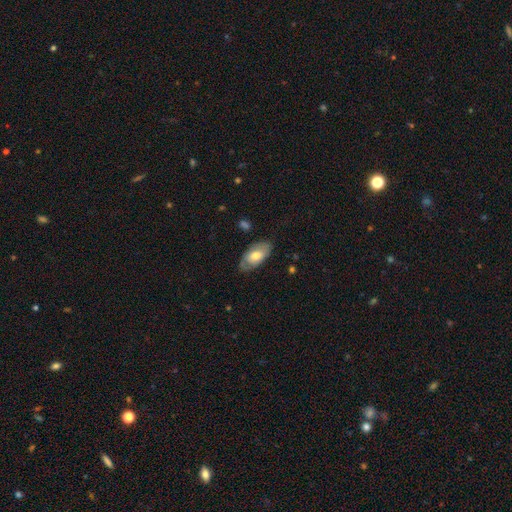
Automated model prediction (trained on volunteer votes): Smooth or featured? Predicted: smooth (p=0.57). How rounded? Predicted: in between (p=0.93). Merging? Predicted: none (p=0.71).